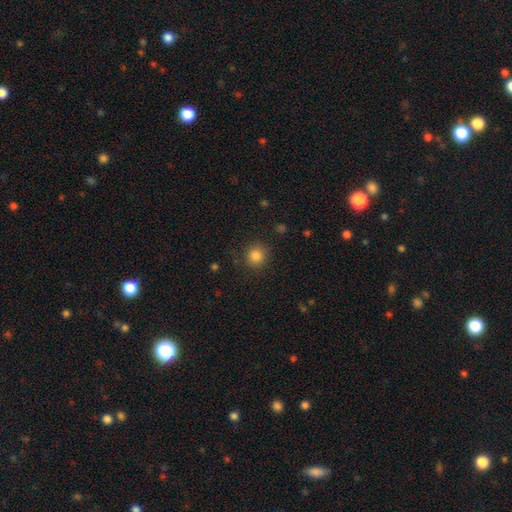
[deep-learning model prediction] A smooth galaxy with no disk features (84%) that is round (92%).

Vote fractions:
- Smooth or featured? smooth: 84% / star or artifact: 12% / featured or disk: 4%
- How rounded? round: 92% / in between: 7% / cigar-shaped: 1%
- Merging? none: 87% / minor disturbance: 8% / major disturbance: 3% / merger: 1%